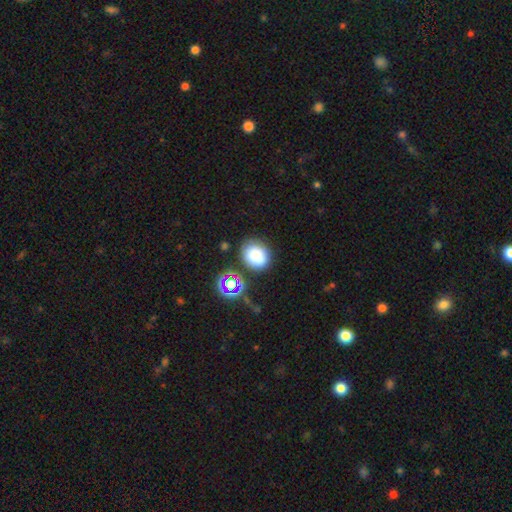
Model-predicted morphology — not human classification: Smooth or featured? smooth (78%)
How rounded? round (67%)
Merging? none (73%)